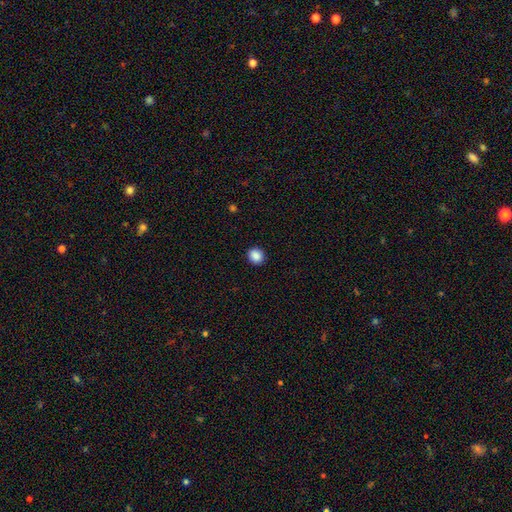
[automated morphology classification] Smooth or featured?
  - smooth: 88% *
  - star or artifact: 9%
  - featured or disk: 3%
How rounded?
  - round: 80% *
  - in between: 19%
  - cigar-shaped: 1%
Merging?
  - none: 92% *
  - minor disturbance: 5%
  - major disturbance: 2%
  - merger: 1%